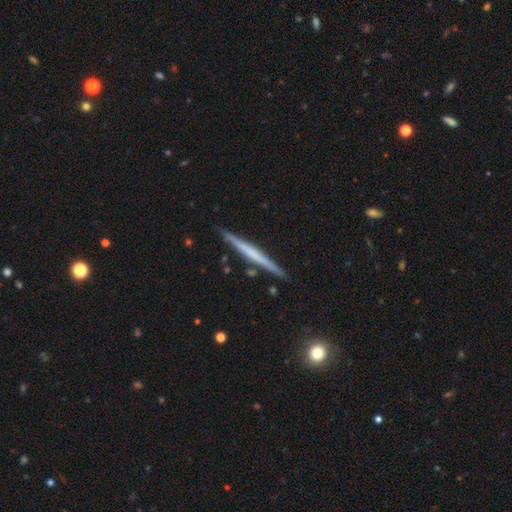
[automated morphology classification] Q: Smooth or featured?
A: featured or disk (63%); runner-up: smooth (31%)
Q: Edge-on disk?
A: yes (98%); runner-up: no (2%)
Q: Edge-on bulge?
A: none (74%); runner-up: rounded (18%)
Q: Merging?
A: none (90%); runner-up: minor disturbance (7%)